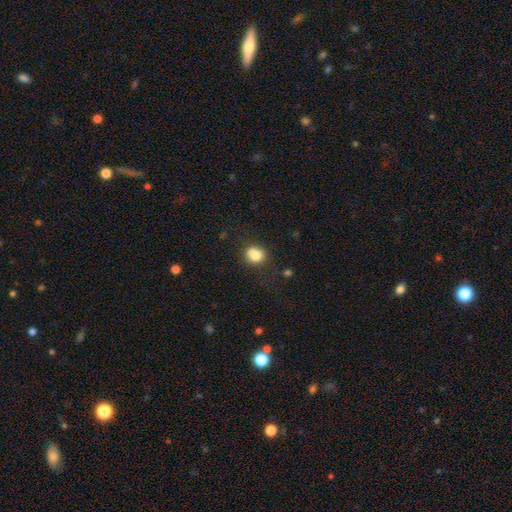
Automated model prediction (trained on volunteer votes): Smooth or featured: smooth — 75% (featured or disk — 14%)
How rounded: round — 66% (in between — 33%)
Merging: none — 45% (merger — 35%)